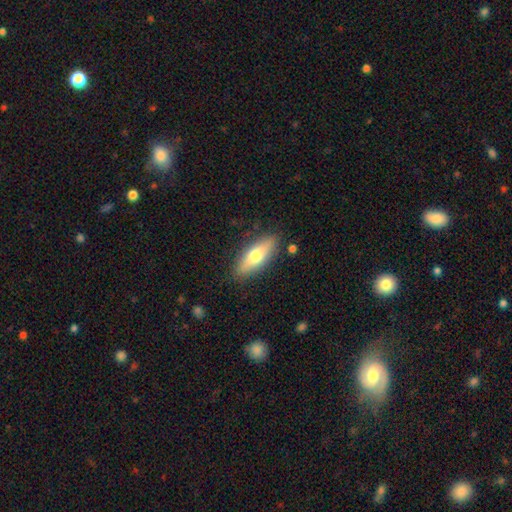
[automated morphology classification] smooth 65%, featured or disk 29%, star or artifact 6%. Down the decision tree: how rounded — in between (60%); merging — none (85%).